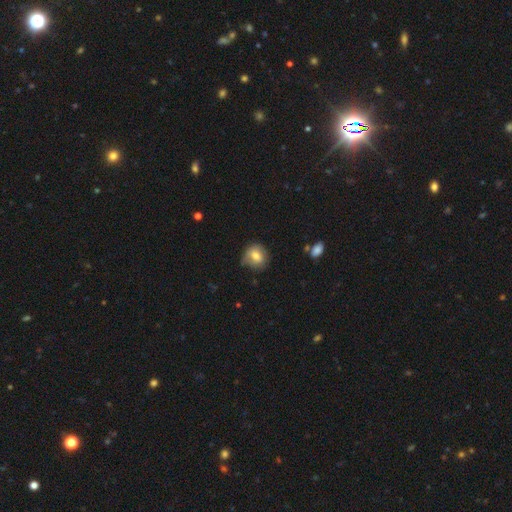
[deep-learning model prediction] smooth_or_featured: smooth (p=0.70) [alt: featured or disk p=0.22]
how_rounded: round (p=0.76) [alt: in between p=0.23]
merging: none (p=0.68) [alt: minor disturbance p=0.24]